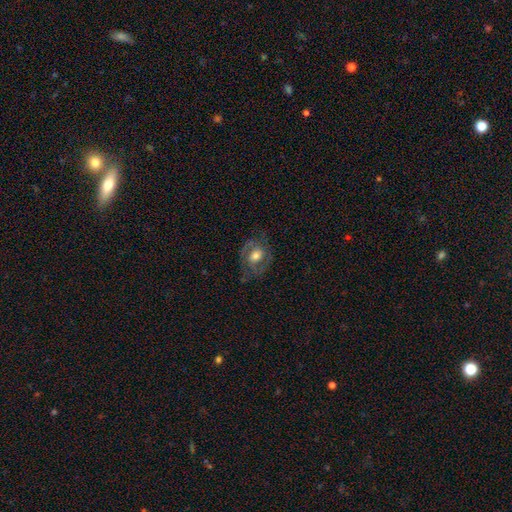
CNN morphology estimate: This appears to be a featured or disk galaxy (61%) with no bar (61%), spiral arms (70%) and a moderate central bulge (66%). Merging: none (66%).